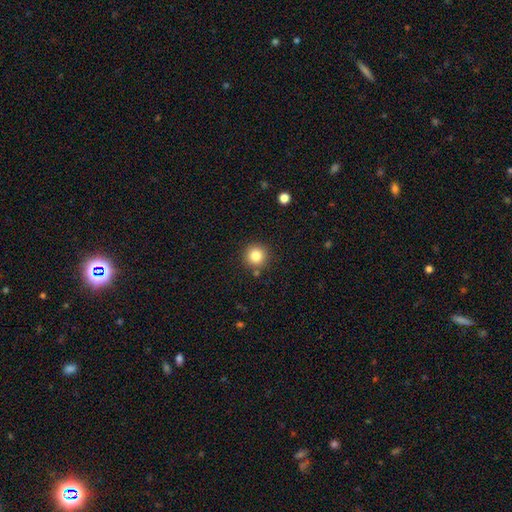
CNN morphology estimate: This is clearly a smooth galaxy (83%). How rounded: clearly round (95%). Merging: clearly none (88%).